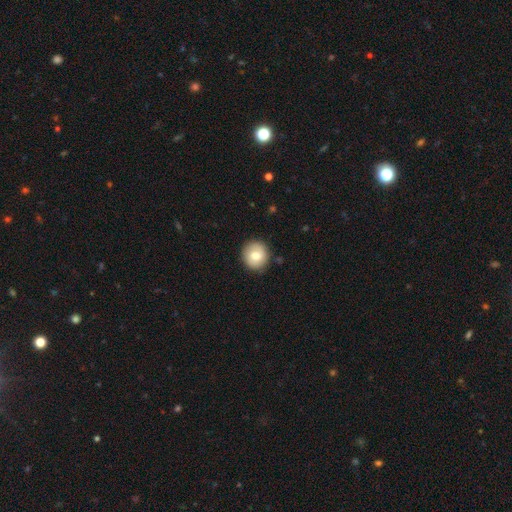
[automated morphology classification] A smooth galaxy with no disk features (75%) that is round (91%).

Vote fractions:
- Smooth or featured? smooth: 75% / featured or disk: 18% / star or artifact: 7%
- How rounded? round: 91% / in between: 8% / cigar-shaped: 1%
- Merging? none: 88% / minor disturbance: 9% / major disturbance: 2% / merger: 1%